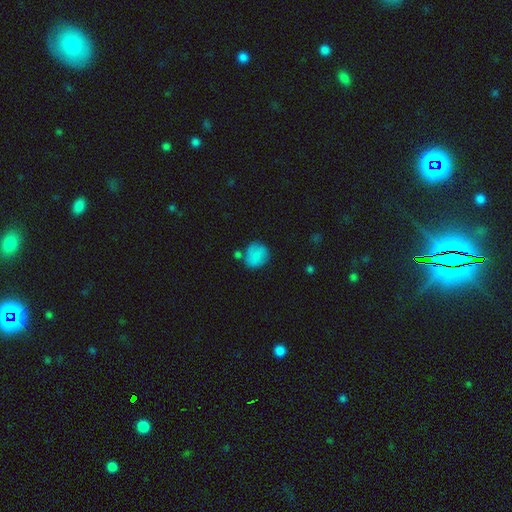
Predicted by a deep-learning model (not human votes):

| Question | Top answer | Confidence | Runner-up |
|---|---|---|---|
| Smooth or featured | smooth | 81% | featured or disk (10%) |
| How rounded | round | 79% | in between (20%) |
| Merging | none | 61% | minor disturbance (20%) |